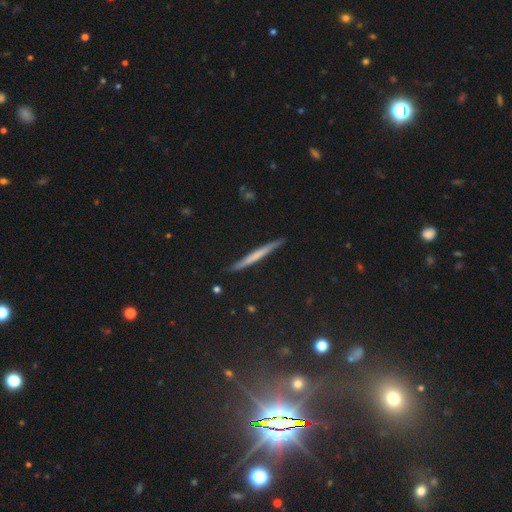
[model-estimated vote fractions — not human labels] Smooth or featured? Predicted: smooth (p=0.48). Merging? Predicted: none (p=0.89).